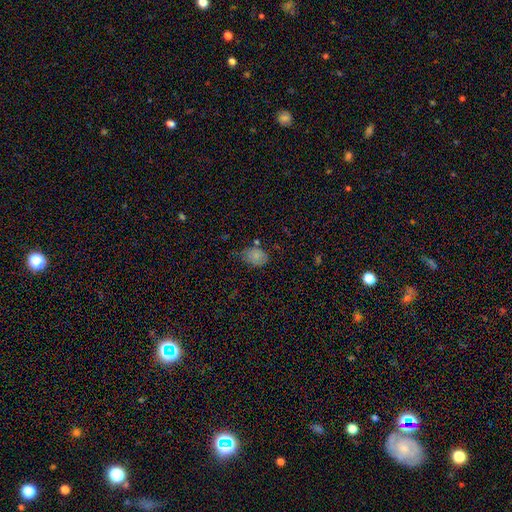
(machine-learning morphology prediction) Smooth or featured? Predicted: smooth (p=0.80). How rounded? Predicted: in between (p=0.71). Merging? Predicted: none (p=0.52).